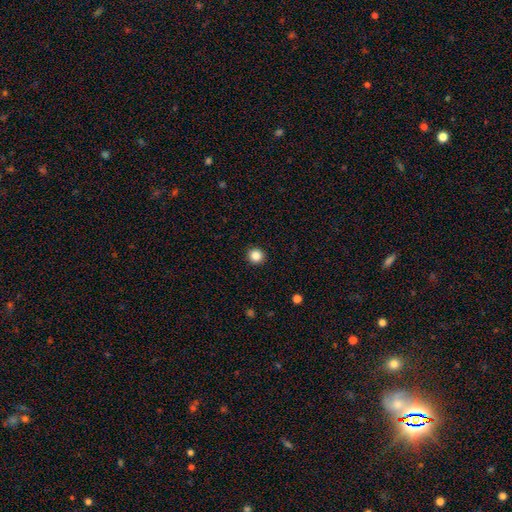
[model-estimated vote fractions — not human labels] The model was most divided on "smooth or featured": smooth: 85%, star or artifact: 11%, featured or disk: 4%. More confident: how rounded — round (94%); merging — none (93%).